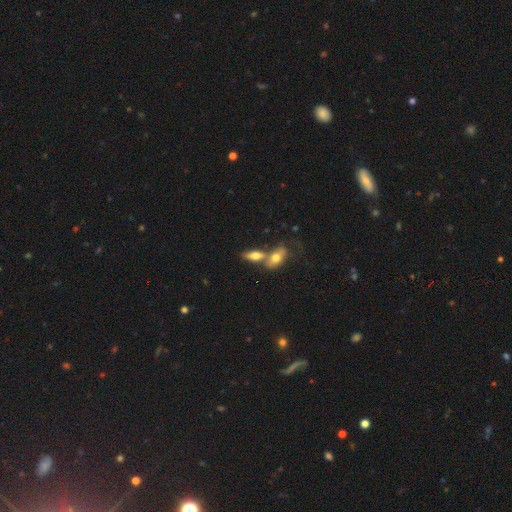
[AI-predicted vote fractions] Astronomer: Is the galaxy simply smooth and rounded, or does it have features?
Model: smooth — 64%.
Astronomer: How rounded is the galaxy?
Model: in between — 76%.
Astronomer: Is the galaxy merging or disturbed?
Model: merger — 53% (runner-up: none, 34%).